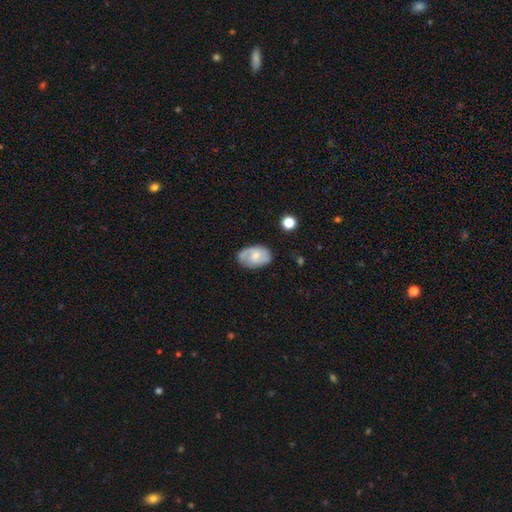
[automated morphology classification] smooth-or-featured: featured or disk: 51% | smooth: 42% | star or artifact: 7%
  disk-edge-on: no: 96% | yes: 4%
  merging: none: 66% | minor disturbance: 25% | major disturbance: 7% | merger: 2%